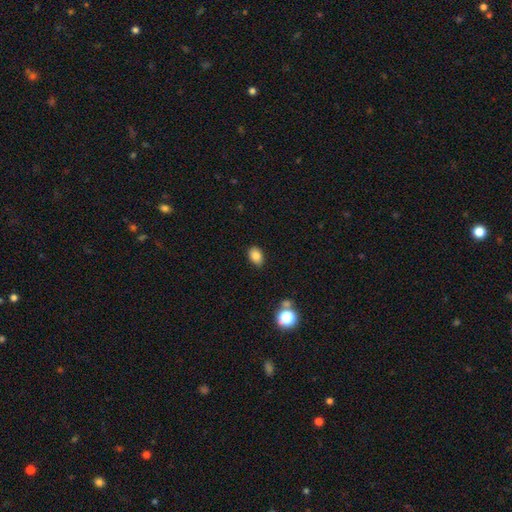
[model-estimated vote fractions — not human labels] Smooth or featured: smooth — 83% (star or artifact — 10%)
How rounded: in between — 82% (round — 17%)
Merging: none — 85% (minor disturbance — 11%)